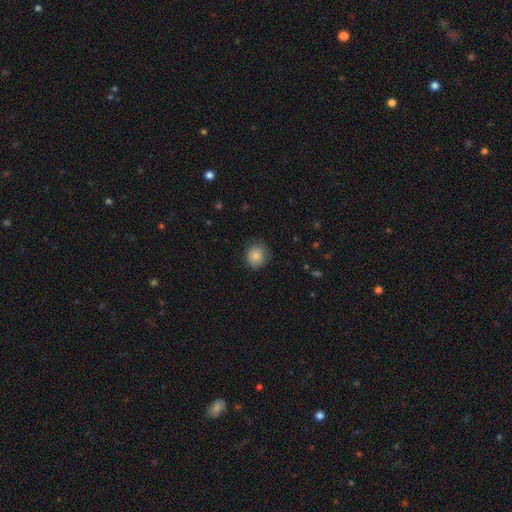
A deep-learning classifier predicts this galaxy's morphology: A smooth galaxy with no disk features (86%) that is round (87%). Merging: none (86%).